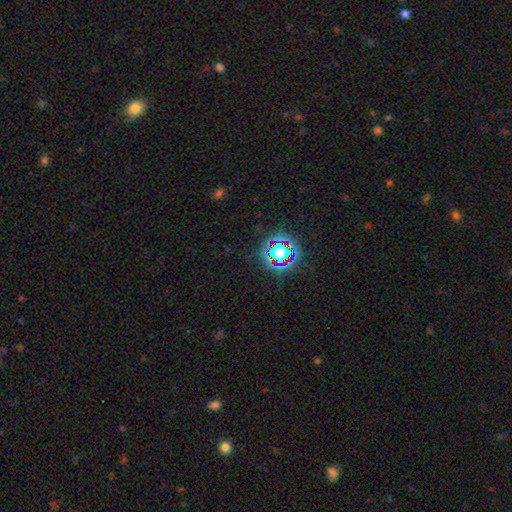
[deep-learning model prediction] Q: Smooth or featured?
A: star or artifact (77%); runner-up: smooth (14%)